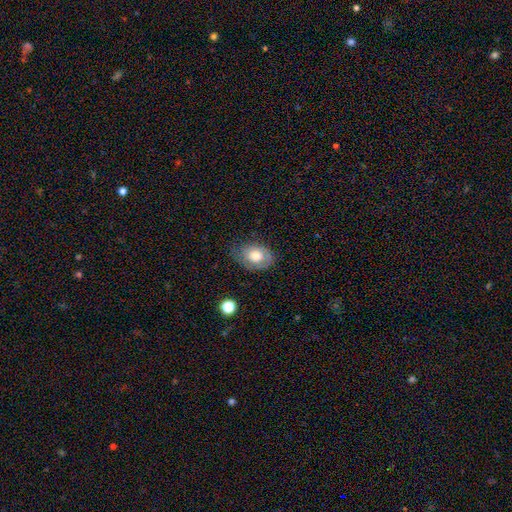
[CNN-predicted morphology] Smooth or featured? smooth (62%)
How rounded? in between (75%)
Merging? none (63%)